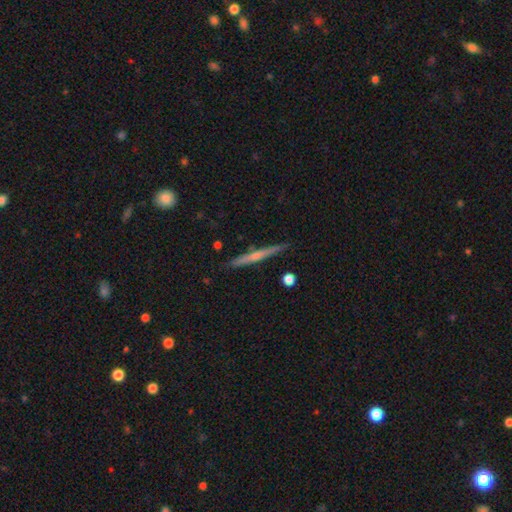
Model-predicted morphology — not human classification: The model was most divided on "edge-on bulge": rounded: 57%, none: 38%, boxy: 5%. More confident: edge-on disk — yes (98%); merging — none (89%); smooth or featured — featured or disk (62%).